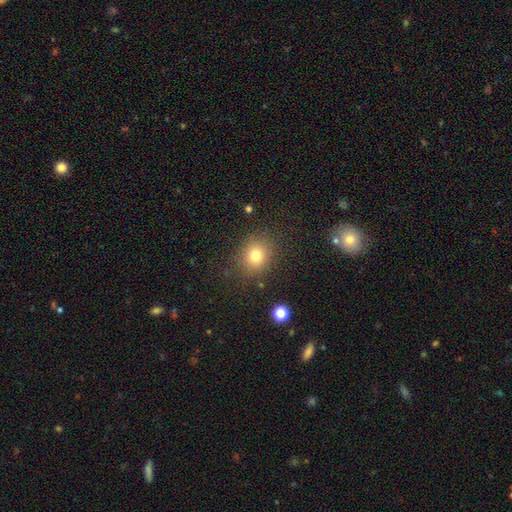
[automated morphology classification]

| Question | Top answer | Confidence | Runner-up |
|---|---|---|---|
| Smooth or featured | smooth | 78% | star or artifact (14%) |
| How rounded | round | 70% | in between (29%) |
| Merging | none | 84% | minor disturbance (10%) |